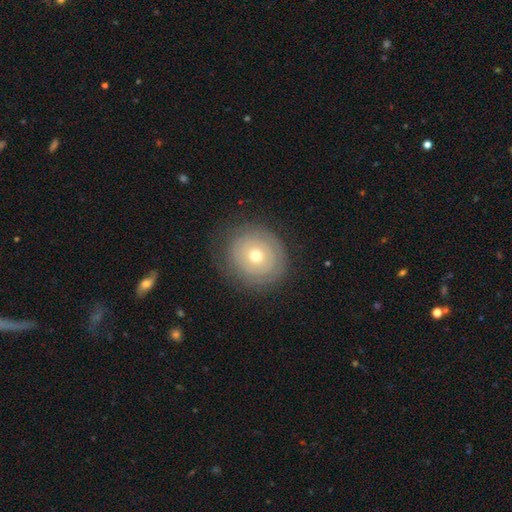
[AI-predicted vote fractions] Smooth or featured? featured or disk (57%)
Edge-on disk? no (96%)
Bar? no (89%)
Spiral arms? yes (54%)
Bulge size? small (48%, tied with moderate)
Merging? none (81%)